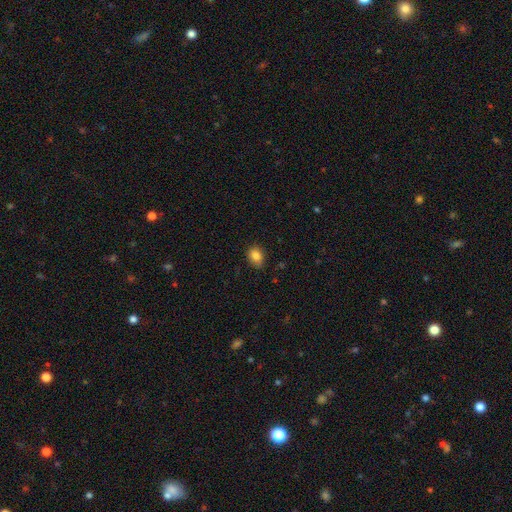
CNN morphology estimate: smooth-or-featured: smooth: 84% | star or artifact: 9% | featured or disk: 6%
  how-rounded: in between: 65% | round: 34% | cigar-shaped: 1%
  merging: none: 79% | minor disturbance: 17% | major disturbance: 3% | merger: 1%